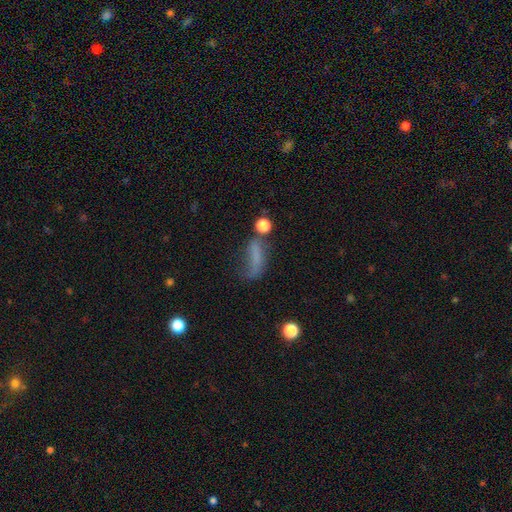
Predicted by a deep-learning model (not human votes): A smooth galaxy with no disk features (54%) that is in between round and cigar-shaped (61%).

Vote fractions:
- Smooth or featured? smooth: 54% / featured or disk: 29% / star or artifact: 17%
- How rounded? in between: 61% / cigar-shaped: 29% / round: 10%
- Merging? major disturbance: 37% / none: 29% / minor disturbance: 22% / merger: 12%